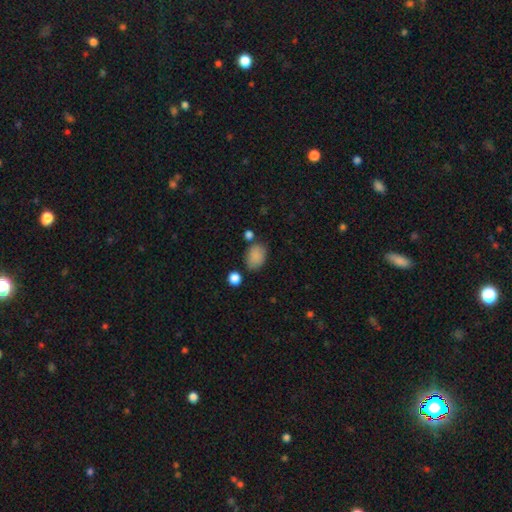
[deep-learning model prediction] Smooth or featured? Predicted: smooth (p=0.86). How rounded? Predicted: in between (p=0.77). Merging? Predicted: none (p=0.71).